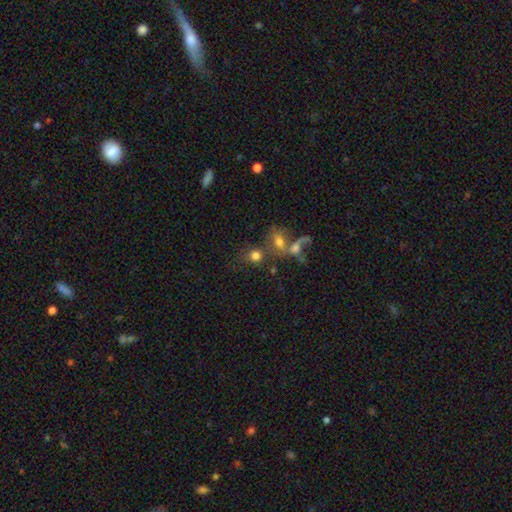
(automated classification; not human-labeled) A smooth galaxy with no disk features (72%) that is round (75%).

Vote fractions:
- Smooth or featured? smooth: 72% / featured or disk: 15% / star or artifact: 13%
- How rounded? round: 75% / in between: 23% / cigar-shaped: 2%
- Merging? merger: 43% / none: 37% / major disturbance: 10% / minor disturbance: 9%